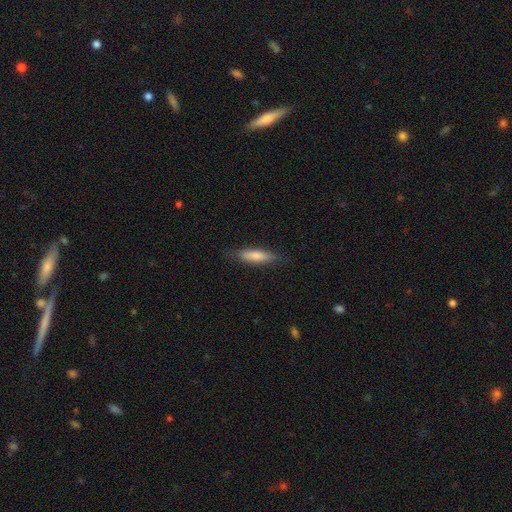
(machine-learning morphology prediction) Smooth or featured?
  - smooth: 78% *
  - featured or disk: 16%
  - star or artifact: 6%
How rounded?
  - cigar-shaped: 71% *
  - in between: 28%
  - round: 2%
Merging?
  - none: 83% *
  - minor disturbance: 13%
  - major disturbance: 3%
  - merger: 1%